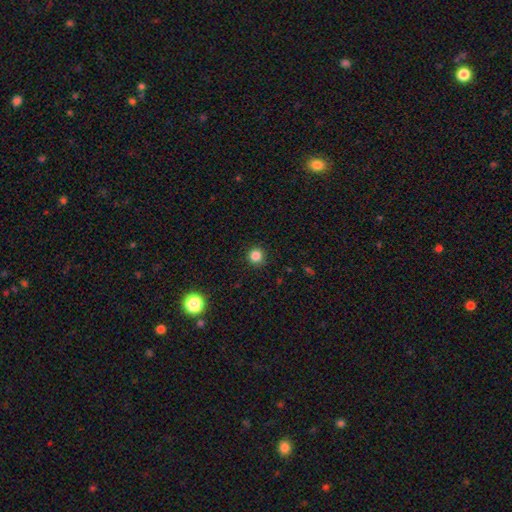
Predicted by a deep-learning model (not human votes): Smooth or featured?
  - smooth: 84% *
  - star or artifact: 12%
  - featured or disk: 4%
How rounded?
  - round: 95% *
  - in between: 5%
  - cigar-shaped: 1%
Merging?
  - none: 92% *
  - minor disturbance: 6%
  - major disturbance: 2%
  - merger: 1%